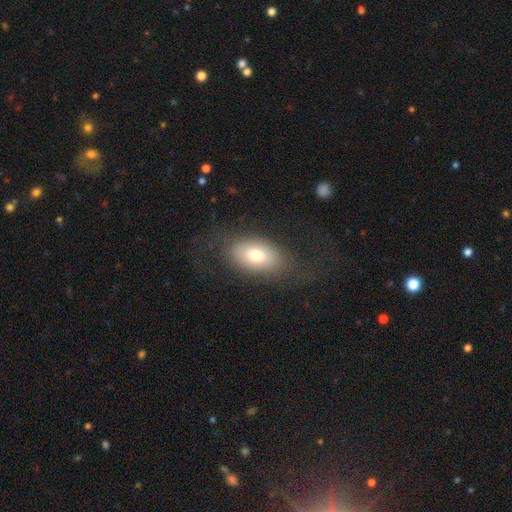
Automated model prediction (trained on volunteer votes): smooth_or_featured: smooth (p=0.69) [alt: featured or disk p=0.23]
how_rounded: in between (p=0.90) [alt: round p=0.08]
merging: none (p=0.69) [alt: minor disturbance p=0.15]